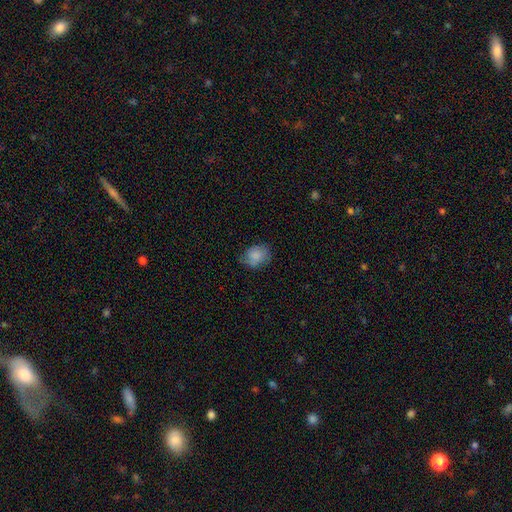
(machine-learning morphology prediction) The model was most divided on "how rounded": in between: 56%, round: 43%, cigar-shaped: 1%. More confident: smooth or featured — smooth (78%); merging — none (57%).